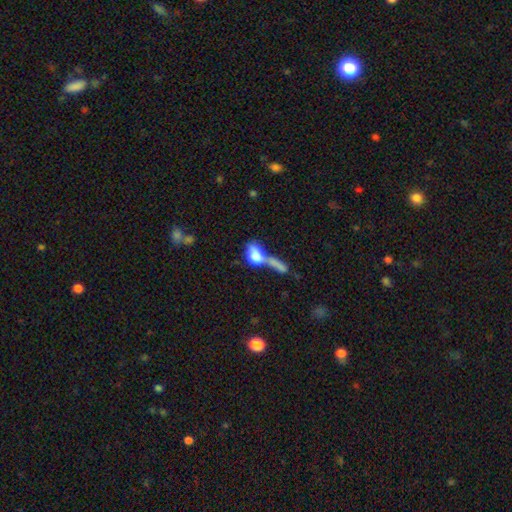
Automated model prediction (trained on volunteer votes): smooth_or_featured: smooth (p=0.74) [alt: featured or disk p=0.18]
how_rounded: in between (p=0.70) [alt: round p=0.21]
merging: merger (p=0.65) [alt: none p=0.15]